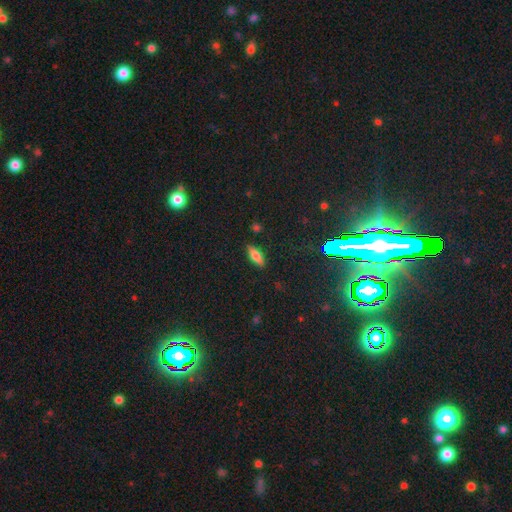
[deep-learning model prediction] smooth-or-featured: smooth: 64% | featured or disk: 27% | star or artifact: 9%
  how-rounded: in between: 67% | cigar-shaped: 30% | round: 3%
  merging: none: 87% | minor disturbance: 9% | major disturbance: 2% | merger: 1%